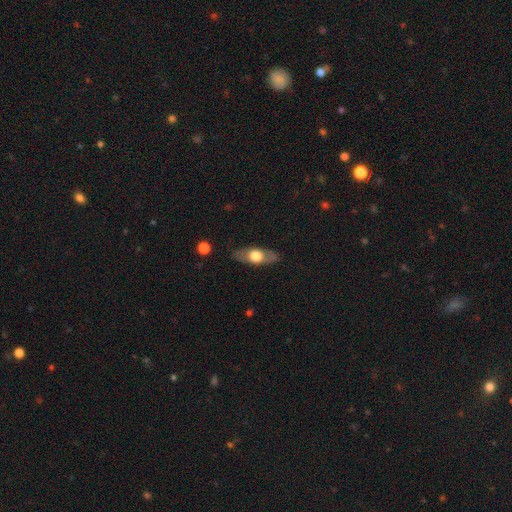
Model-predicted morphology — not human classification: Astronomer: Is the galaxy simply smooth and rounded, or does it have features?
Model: smooth — 49% (runner-up: featured or disk, 45%).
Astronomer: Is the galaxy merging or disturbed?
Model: none — 83%.